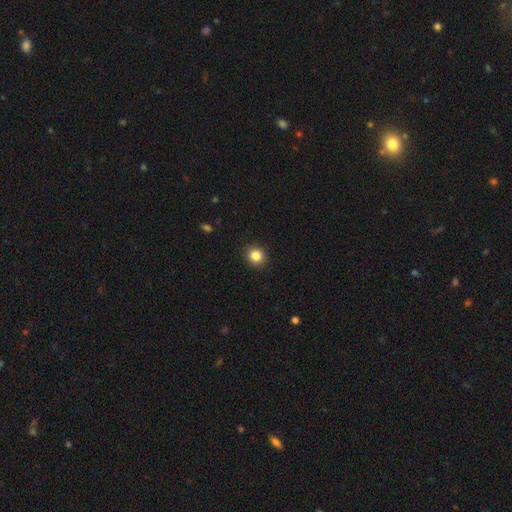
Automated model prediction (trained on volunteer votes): A smooth galaxy with no disk features (85%) that is round (83%).

Vote fractions:
- Smooth or featured? smooth: 85% / star or artifact: 11% / featured or disk: 5%
- How rounded? round: 83% / in between: 16% / cigar-shaped: 1%
- Merging? none: 91% / minor disturbance: 6% / major disturbance: 2% / merger: 1%